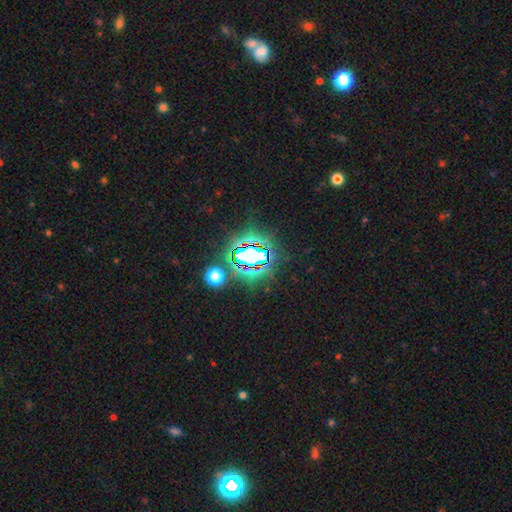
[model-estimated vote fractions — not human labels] The model was most divided on "smooth or featured": star or artifact: 81%, smooth: 12%, featured or disk: 8%.